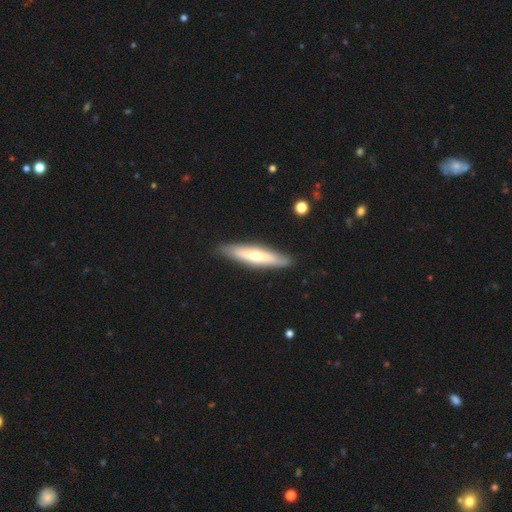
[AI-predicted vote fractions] featured or disk 48%, smooth 47%, star or artifact 5%. Down the decision tree: merging — none (88%).